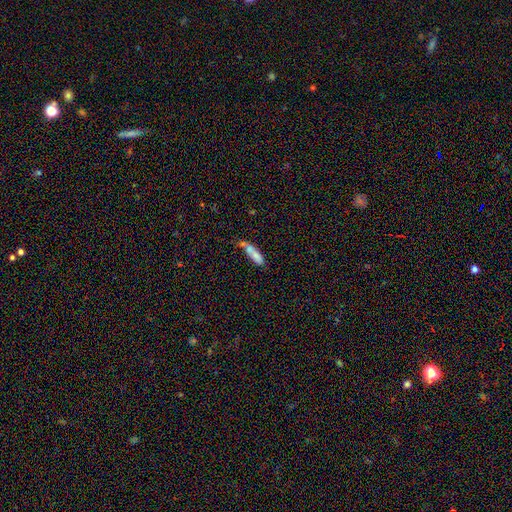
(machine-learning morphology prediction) Smooth or featured? Predicted: smooth (p=0.73). How rounded? Predicted: cigar-shaped (p=0.55). Merging? Predicted: none (p=0.37).